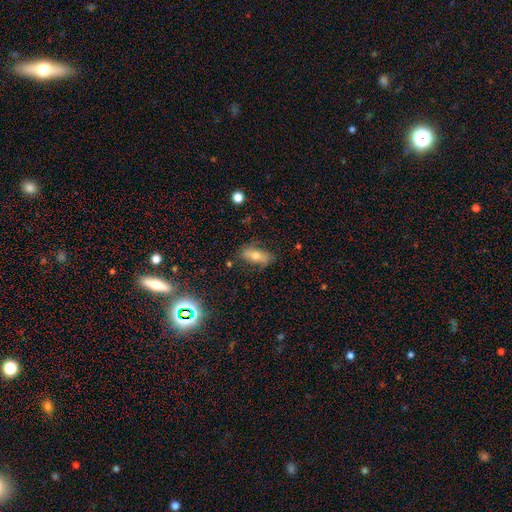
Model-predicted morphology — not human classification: type=smooth (55%); roundness=in between (78%); merging=none (75%).